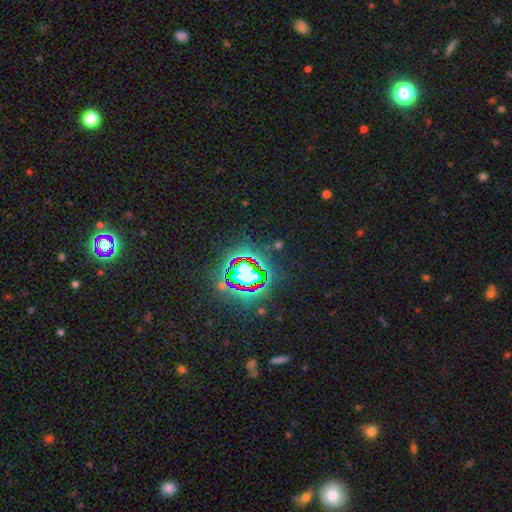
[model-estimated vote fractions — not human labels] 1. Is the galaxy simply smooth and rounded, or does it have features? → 84% star or artifact, 10% smooth, 7% featured or disk.